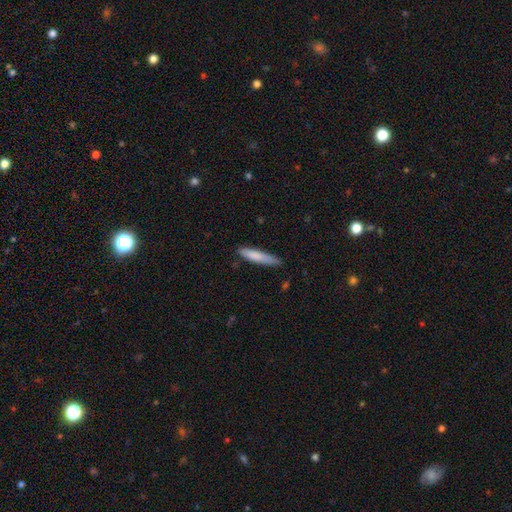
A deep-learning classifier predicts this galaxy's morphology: Q: Smooth or featured?
A: smooth (80%); runner-up: featured or disk (15%)
Q: How rounded?
A: cigar-shaped (88%); runner-up: in between (11%)
Q: Merging?
A: none (76%); runner-up: minor disturbance (19%)